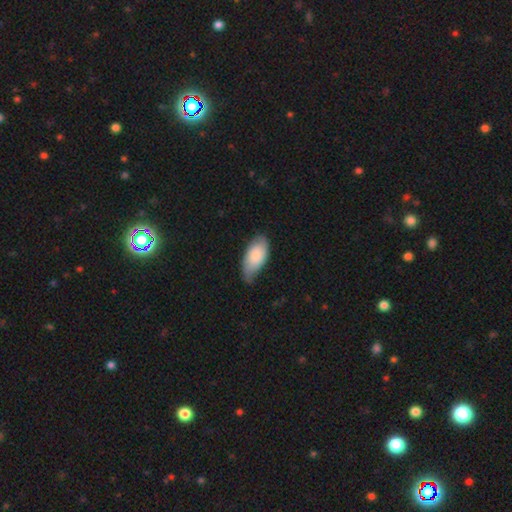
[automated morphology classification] This is clearly a smooth galaxy (82%). How rounded: clearly in between (93%). Merging: possibly none (54%).